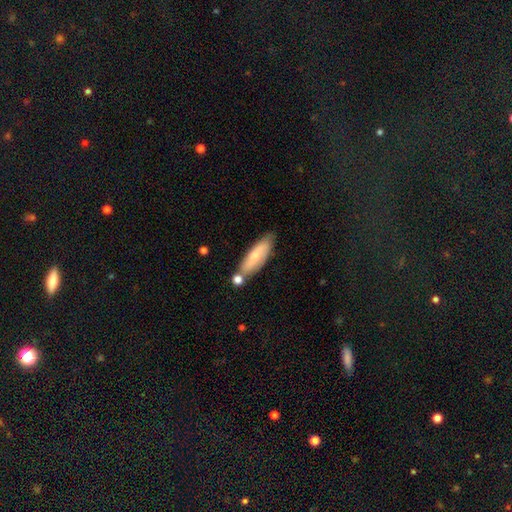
A smooth galaxy with no disk features (71%) that is in between round and cigar-shaped (52%).

Vote fractions:
- Smooth or featured? smooth: 71% / featured or disk: 29% / star or artifact: 0%
- How rounded? in between: 52% / cigar-shaped: 48% / round: 0%
- Merging? none: 76% / merger: 13% / minor disturbance: 8% / major disturbance: 3%